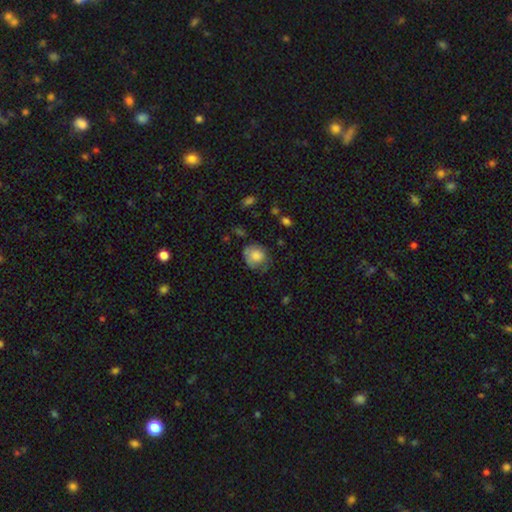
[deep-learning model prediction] Smooth or featured: smooth — 72% (featured or disk — 20%)
How rounded: round — 76% (in between — 23%)
Merging: none — 56% (minor disturbance — 28%)